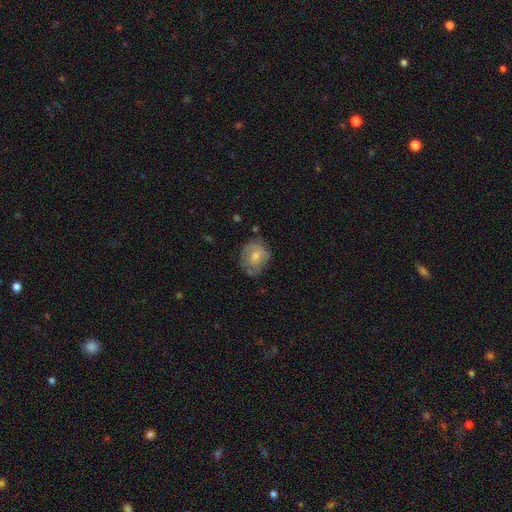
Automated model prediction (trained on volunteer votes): Morphology: type=smooth (61%); roundness=round (59%); merging=none (58%).